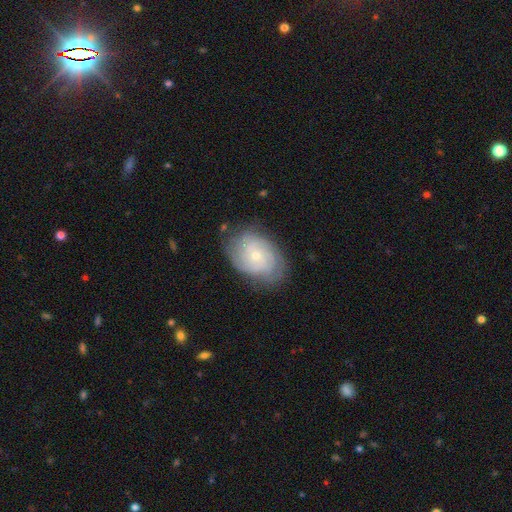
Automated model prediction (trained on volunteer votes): Morphology: type=featured or disk (69%); edge-on=no (97%); bar=no (75%); spiral arms=yes (90%); winding=tight (66%); arm count=can't tell (43%); bulge=small (72%); merging=none (75%).